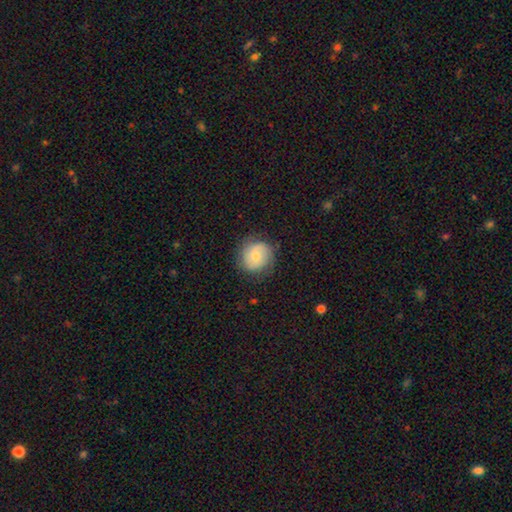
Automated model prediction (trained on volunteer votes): smooth 62%, featured or disk 31%, star or artifact 8%. Down the decision tree: how rounded — round (86%); merging — none (79%).